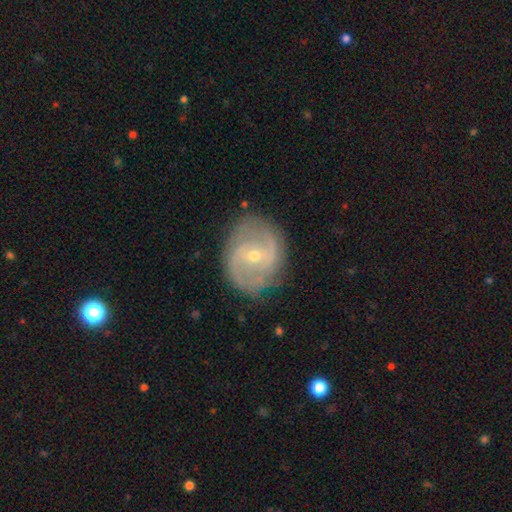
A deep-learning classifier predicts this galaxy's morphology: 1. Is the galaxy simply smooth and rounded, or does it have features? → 84% featured or disk, 10% smooth, 6% star or artifact.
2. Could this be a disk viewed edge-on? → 97% no, 3% yes.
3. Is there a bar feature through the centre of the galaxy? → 45% weak, 42% no, 13% strong.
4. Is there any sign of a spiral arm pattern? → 94% yes, 6% no.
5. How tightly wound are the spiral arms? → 45% medium, 38% tight, 17% loose.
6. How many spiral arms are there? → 70% 2, 13% can't tell, 9% 3, 3% 4, 3% 1, 3% more than 4.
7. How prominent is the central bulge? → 61% small, 36% moderate, 1% large, 1% none, 1% dominant.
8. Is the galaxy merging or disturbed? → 78% none, 15% minor disturbance, 5% major disturbance, 1% merger.